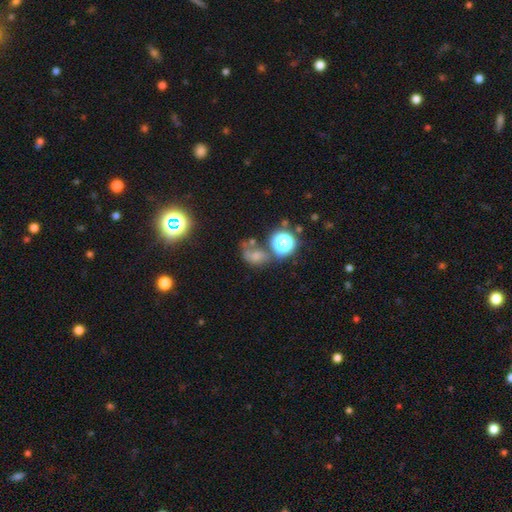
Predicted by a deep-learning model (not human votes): smooth_or_featured: smooth (p=0.54) [alt: star or artifact p=0.25]
how_rounded: in between (p=0.56) [alt: round p=0.42]
merging: none (p=0.34) [alt: merger p=0.25]